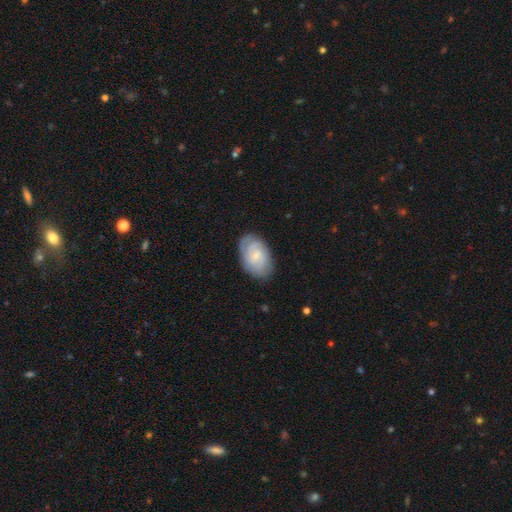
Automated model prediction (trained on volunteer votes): Overall: featured or disk (66%; smooth 28%). Edge-on disk: no (97%). Bar: no (55%; weak 40%). Spiral arms: yes (92%). Spiral arm count: 2 (35%, tied with can't tell). Spiral winding: tight (61%; medium 31%). Bulge size: small (69%). Merging: none (79%).